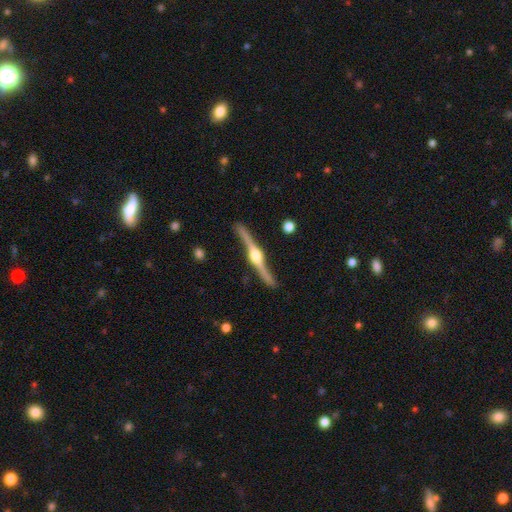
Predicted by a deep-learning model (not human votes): smooth_or_featured: featured or disk (p=0.90) [alt: smooth p=0.06]
disk_edge_on: yes (p=0.98) [alt: no p=0.02]
edge_on_bulge: rounded (p=0.95) [alt: boxy p=0.04]
merging: none (p=0.87) [alt: minor disturbance p=0.09]